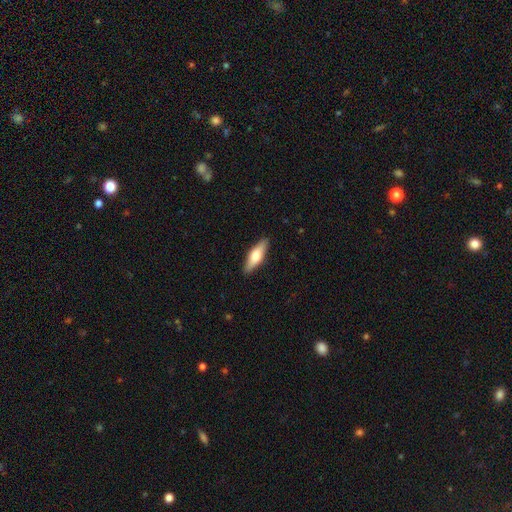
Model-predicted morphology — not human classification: Q: Smooth or featured?
A: smooth (55%); runner-up: featured or disk (39%)
Q: How rounded?
A: cigar-shaped (50%); runner-up: in between (48%)
Q: Merging?
A: none (89%); runner-up: minor disturbance (9%)